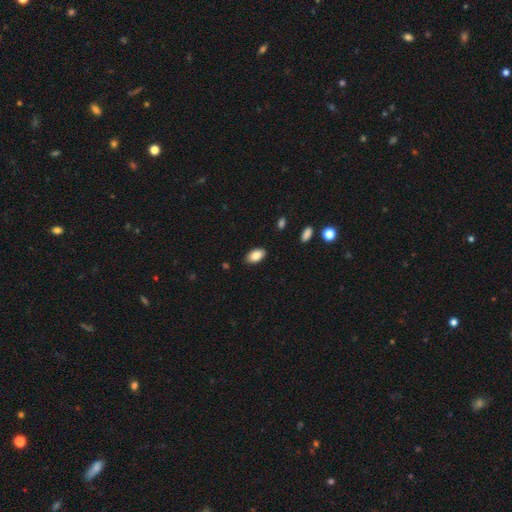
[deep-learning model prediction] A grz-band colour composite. It shows a smooth galaxy with no disk features (86%) that is in between round and cigar-shaped (93%). Merging: none (87%).